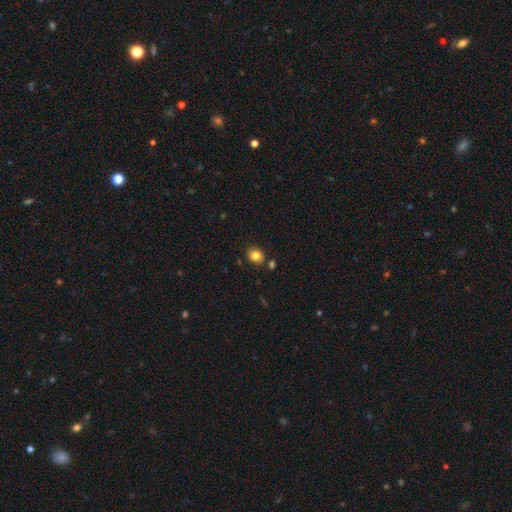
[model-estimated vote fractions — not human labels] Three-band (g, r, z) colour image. It shows a smooth galaxy with no disk features (82%) that is round (62%). Merging: none (79%).